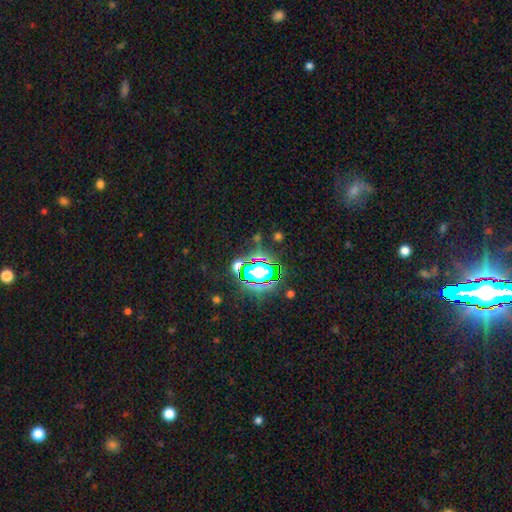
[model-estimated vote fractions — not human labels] Overall: star or artifact (79%).